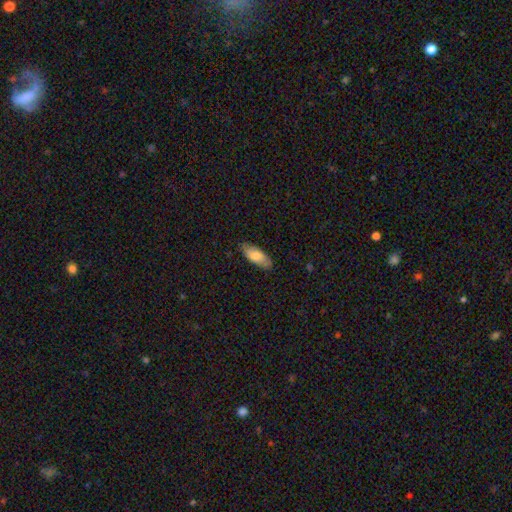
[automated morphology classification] A smooth galaxy with no disk features (78%) that is in between round and cigar-shaped (79%). Merging: none (83%).